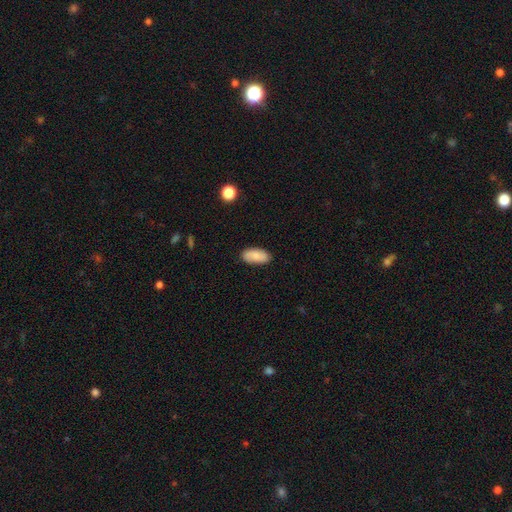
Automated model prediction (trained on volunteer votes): smooth 78%, featured or disk 16%, star or artifact 7%. Down the decision tree: how rounded — in between (92%); merging — none (85%).